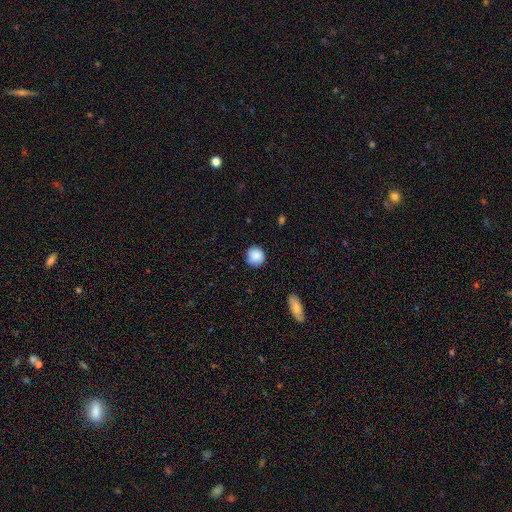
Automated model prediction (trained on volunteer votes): Overall: smooth (88%). How rounded: round (92%). Merging: none (88%).